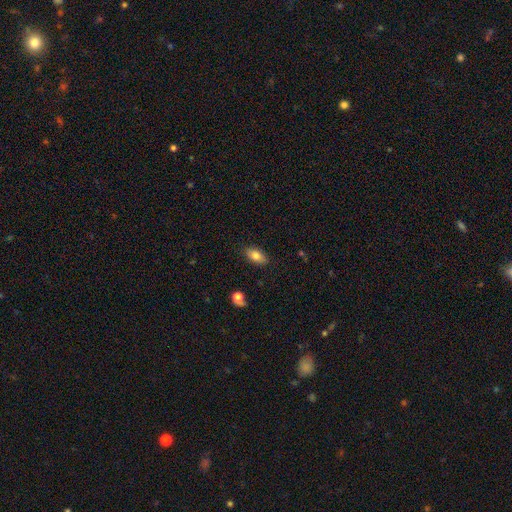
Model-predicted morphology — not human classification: This appears to be a smooth galaxy with no disk features (79%) that is in between round and cigar-shaped (90%). Merging: none (86%).